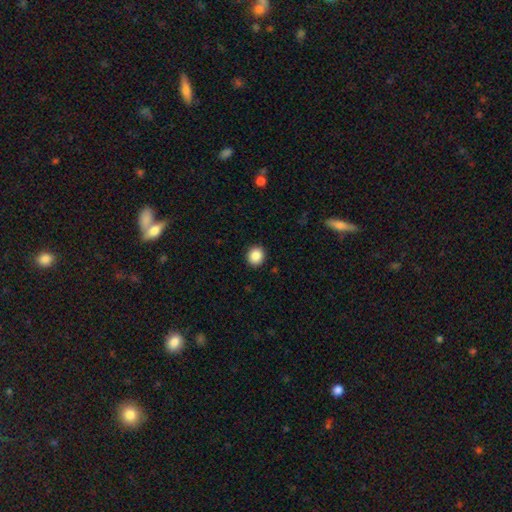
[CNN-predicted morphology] Smooth or featured?
  - smooth: 88% *
  - star or artifact: 9%
  - featured or disk: 3%
How rounded?
  - round: 88% *
  - in between: 11%
  - cigar-shaped: 1%
Merging?
  - none: 92% *
  - minor disturbance: 6%
  - major disturbance: 2%
  - merger: 1%